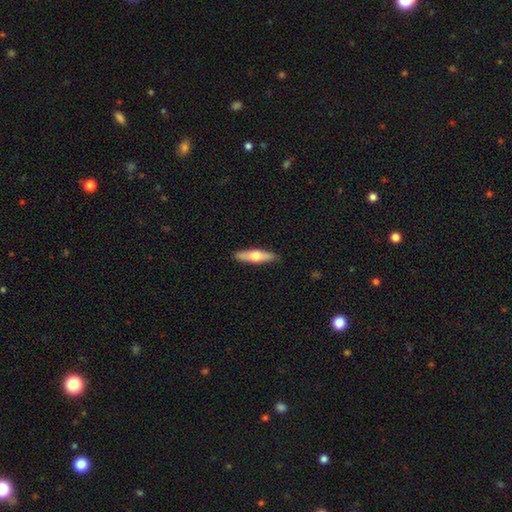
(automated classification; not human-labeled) Q: Smooth or featured?
A: smooth (56%); runner-up: featured or disk (39%)
Q: How rounded?
A: cigar-shaped (73%); runner-up: in between (25%)
Q: Merging?
A: none (89%); runner-up: minor disturbance (8%)